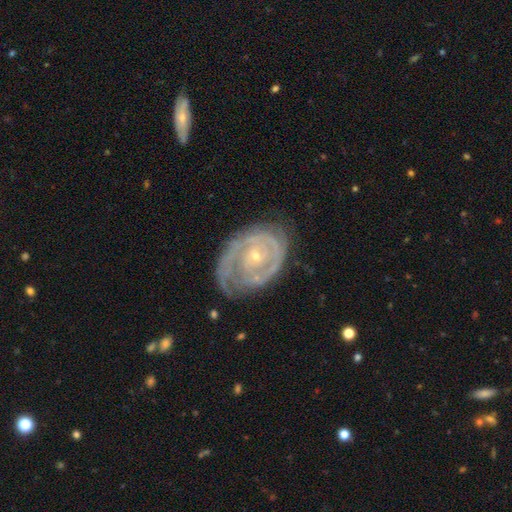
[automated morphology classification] A featured or disk galaxy (87%) with no bar (76%), 2 (37%) tight (73%) spiral arms (93%) and a small central bulge (78%). Merging: none (59%).